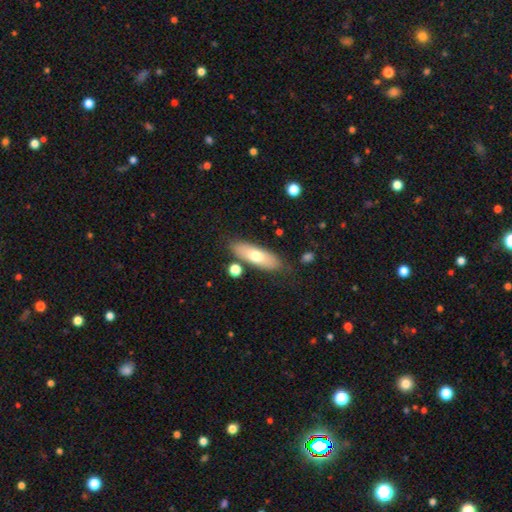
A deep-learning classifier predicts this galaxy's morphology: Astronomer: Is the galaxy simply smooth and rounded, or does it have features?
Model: smooth — 67%.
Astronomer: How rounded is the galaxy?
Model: in between — 57% (runner-up: cigar-shaped, 40%).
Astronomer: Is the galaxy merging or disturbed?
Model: none — 78%.